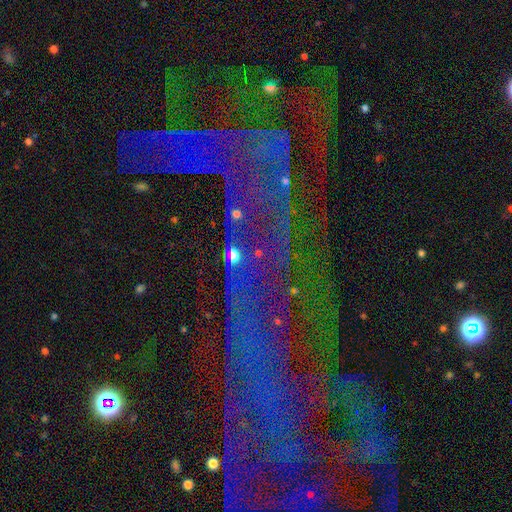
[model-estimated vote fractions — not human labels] Smooth or featured? Predicted: star or artifact (p=0.74).